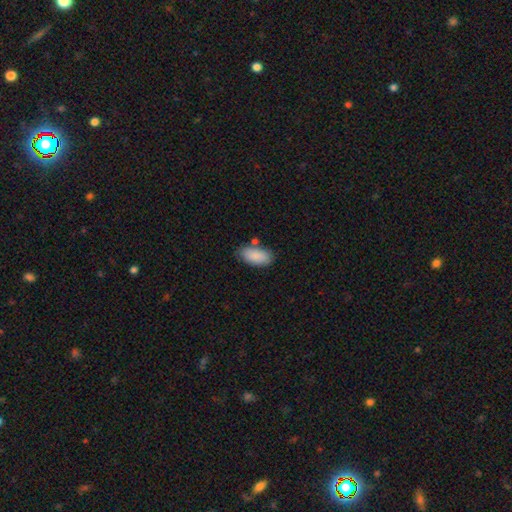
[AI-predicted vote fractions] Smooth or featured: smooth — 88% (star or artifact — 6%)
How rounded: in between — 92% (cigar-shaped — 5%)
Merging: none — 73% (minor disturbance — 16%)